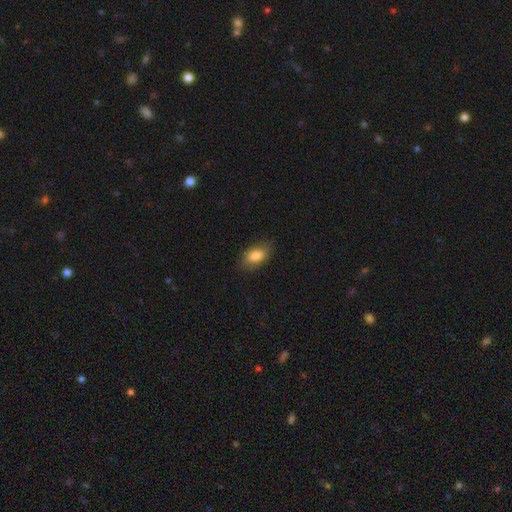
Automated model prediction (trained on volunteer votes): Overall: smooth (84%). How rounded: in between (90%). Merging: none (80%).